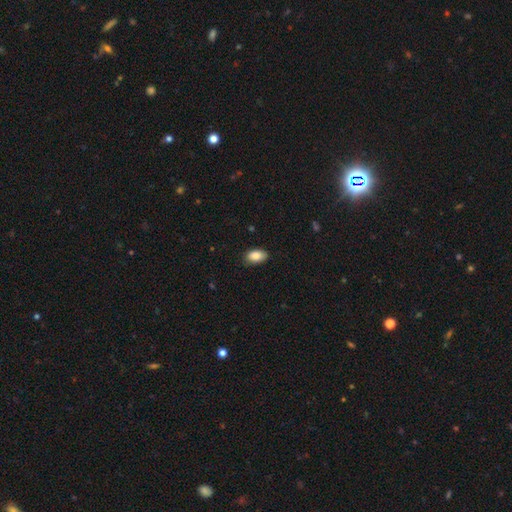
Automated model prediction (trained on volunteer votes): A smooth galaxy with no disk features (87%) that is in between round and cigar-shaped (92%).

Vote fractions:
- Smooth or featured? smooth: 87% / star or artifact: 7% / featured or disk: 6%
- How rounded? in between: 92% / round: 6% / cigar-shaped: 2%
- Merging? none: 84% / minor disturbance: 13% / major disturbance: 2% / merger: 1%